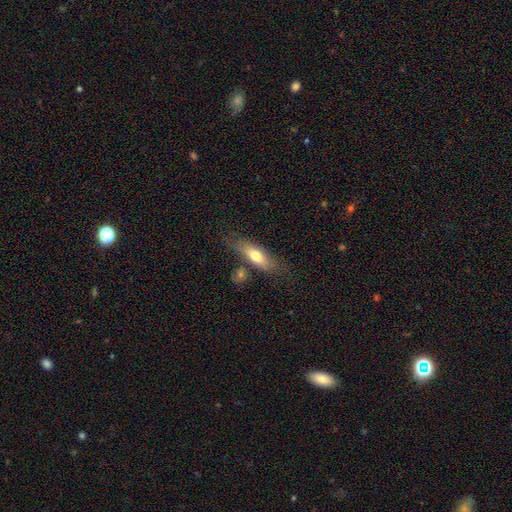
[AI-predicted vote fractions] Smooth or featured?
  - smooth: 68% *
  - featured or disk: 26%
  - star or artifact: 7%
How rounded?
  - in between: 57% *
  - cigar-shaped: 40%
  - round: 3%
Merging?
  - none: 69% *
  - minor disturbance: 15%
  - merger: 10%
  - major disturbance: 5%